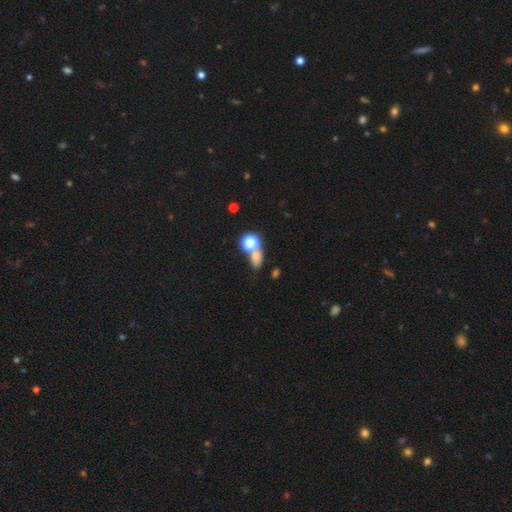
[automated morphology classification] smooth-or-featured: smooth: 68% | star or artifact: 23% | featured or disk: 9%
  how-rounded: in between: 58% | round: 37% | cigar-shaped: 5%
  merging: none: 49% | merger: 34% | minor disturbance: 11% | major disturbance: 6%